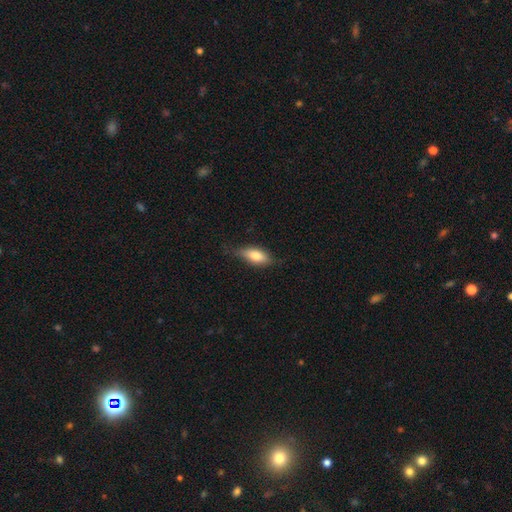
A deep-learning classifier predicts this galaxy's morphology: smooth_or_featured: smooth (p=0.71) [alt: featured or disk p=0.22]
how_rounded: in between (p=0.77) [alt: cigar-shaped p=0.20]
merging: none (p=0.71) [alt: minor disturbance p=0.23]